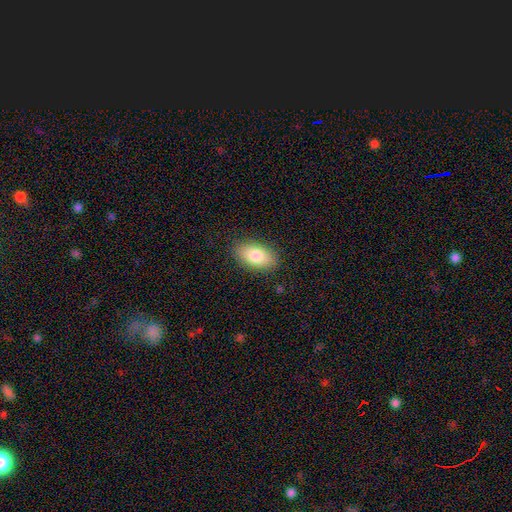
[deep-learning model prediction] This is clearly a smooth galaxy (82%). How rounded: clearly in between (93%). Merging: clearly none (86%).